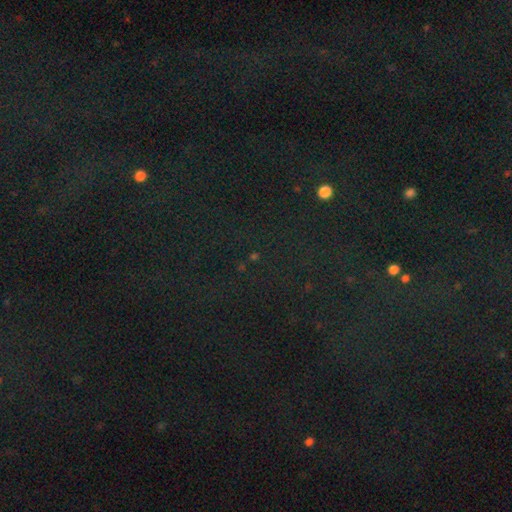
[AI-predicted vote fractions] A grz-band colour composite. It shows a star or artifact, not a galaxy (82%).